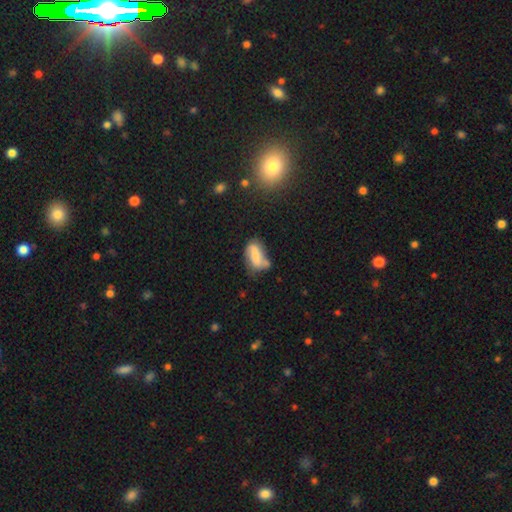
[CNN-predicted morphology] smooth-or-featured: smooth: 60% | featured or disk: 31% | star or artifact: 9%
  how-rounded: in between: 84% | cigar-shaped: 11% | round: 5%
  merging: none: 40% | minor disturbance: 32% | major disturbance: 14% | merger: 14%